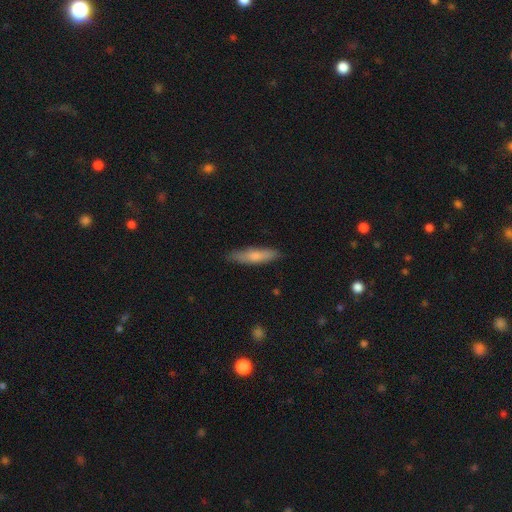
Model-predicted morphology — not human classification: Smooth or featured? smooth (69%)
How rounded? cigar-shaped (78%)
Merging? none (84%)